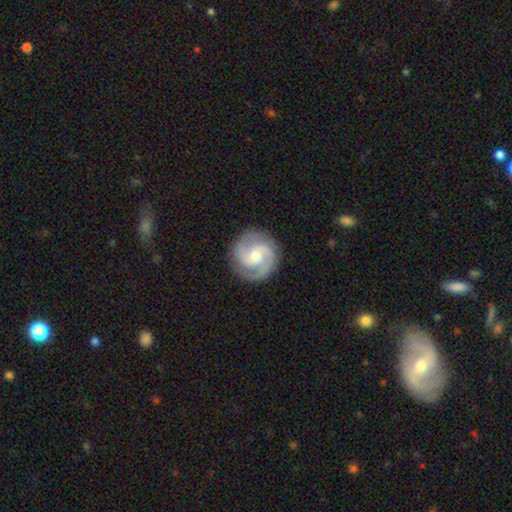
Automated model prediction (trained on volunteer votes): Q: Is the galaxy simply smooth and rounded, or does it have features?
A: featured or disk — 87%.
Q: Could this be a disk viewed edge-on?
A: no — 98%.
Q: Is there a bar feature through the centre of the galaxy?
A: no — 50%.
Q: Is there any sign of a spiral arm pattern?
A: yes — 98%.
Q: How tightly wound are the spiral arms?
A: medium — 51%.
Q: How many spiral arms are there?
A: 2 — 66%.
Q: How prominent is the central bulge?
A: moderate — 48%, tied with small.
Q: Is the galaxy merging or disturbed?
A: none — 87%.